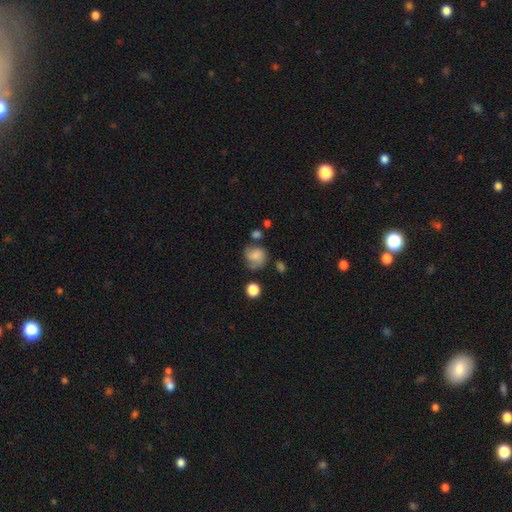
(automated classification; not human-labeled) A smooth galaxy with no disk features (49%).

Vote fractions:
- Smooth or featured? smooth: 49% / featured or disk: 41% / star or artifact: 9%
- Merging? none: 53% / minor disturbance: 26% / major disturbance: 16% / merger: 6%